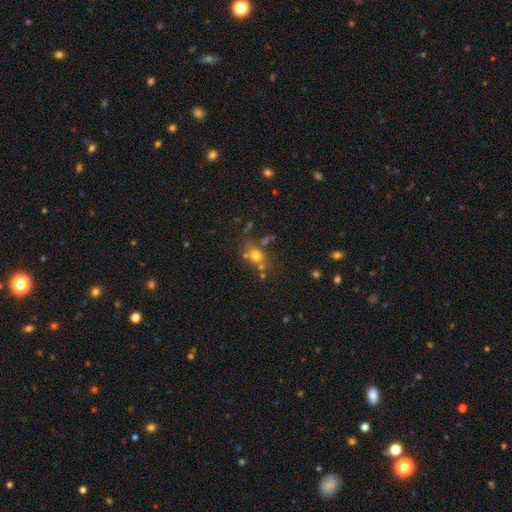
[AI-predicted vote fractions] This is likely a smooth galaxy (68%). How rounded: likely round (64%). Merging: likely none (61%).